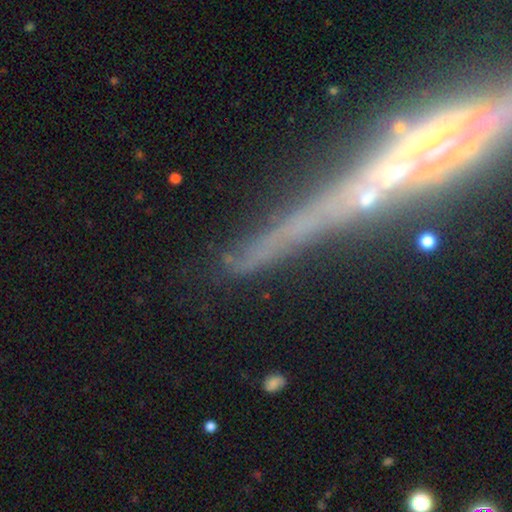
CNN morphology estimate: featured or disk 35% (tied), star or artifact 35% (tied), smooth 29%. Down the decision tree: merging — none (66%).